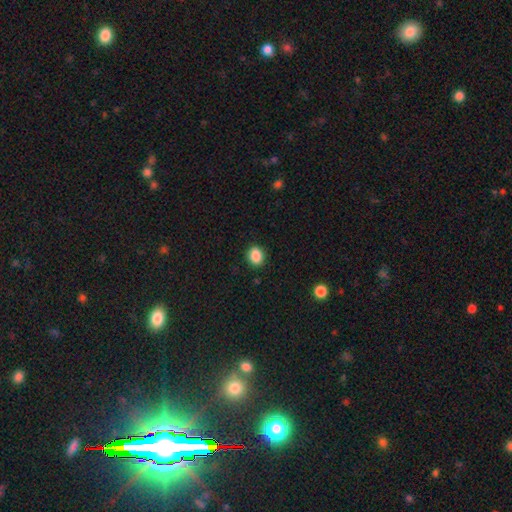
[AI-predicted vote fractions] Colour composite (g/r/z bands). It shows a smooth galaxy with no disk features (88%) that is round (55%). Merging: none (90%).